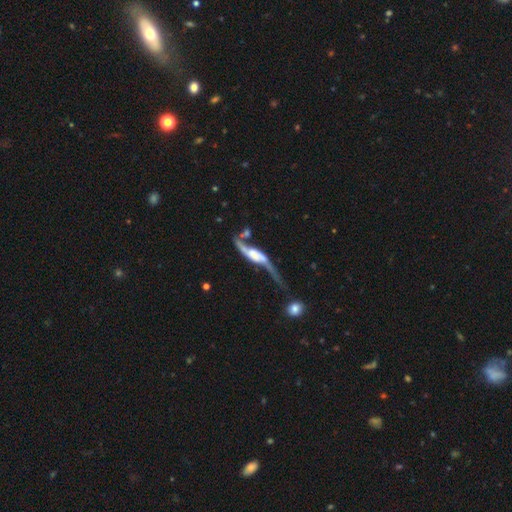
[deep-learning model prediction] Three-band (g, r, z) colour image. It shows a featured or disk galaxy (82%) with no bar (42%), spiral arms (89%) and no central bulge (32%). Merging: none (36%).